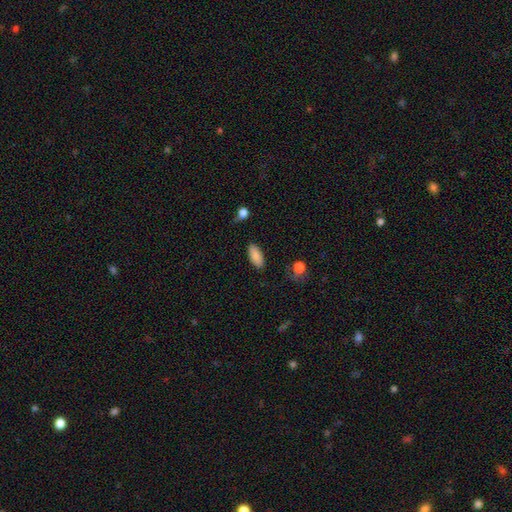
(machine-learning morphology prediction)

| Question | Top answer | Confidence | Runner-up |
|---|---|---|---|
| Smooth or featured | smooth | 88% | star or artifact (7%) |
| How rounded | in between | 84% | cigar-shaped (14%) |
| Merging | none | 86% | minor disturbance (10%) |